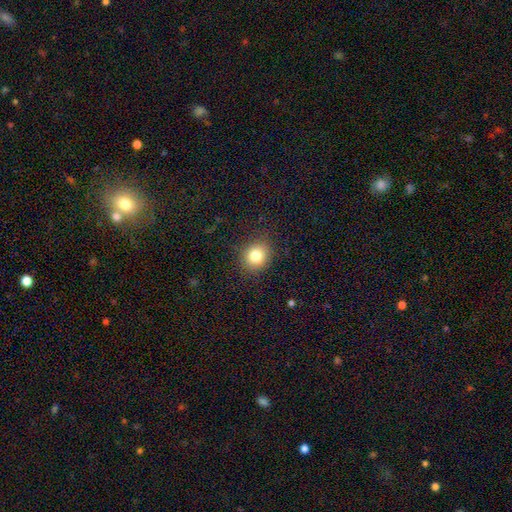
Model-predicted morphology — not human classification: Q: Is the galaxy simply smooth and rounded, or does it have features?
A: smooth — 81%.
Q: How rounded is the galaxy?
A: round — 77%.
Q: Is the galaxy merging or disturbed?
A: none — 87%.